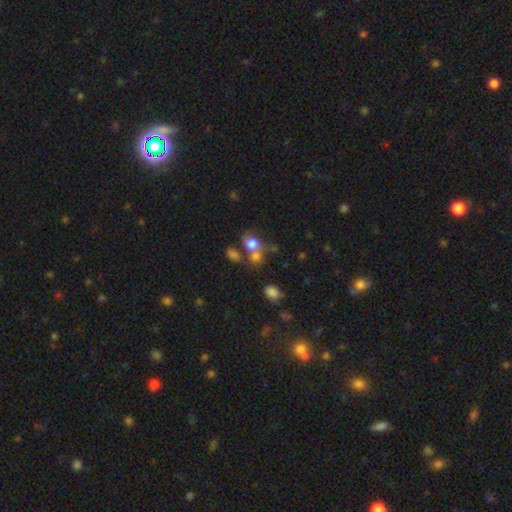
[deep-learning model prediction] Overall: smooth (74%). How rounded: round (62%; in between 37%). Merging: merger (45%; none 37%).